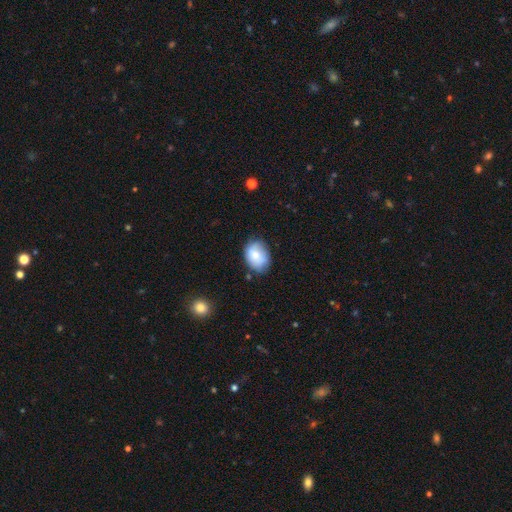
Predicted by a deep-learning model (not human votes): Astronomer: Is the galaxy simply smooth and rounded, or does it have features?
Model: smooth — 74%.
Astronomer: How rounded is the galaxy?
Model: in between — 63%.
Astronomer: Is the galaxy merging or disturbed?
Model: none — 69%.